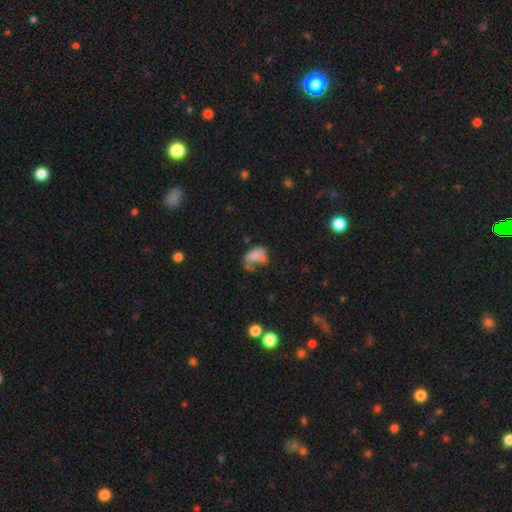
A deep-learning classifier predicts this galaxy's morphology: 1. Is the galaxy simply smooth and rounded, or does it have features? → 69% smooth, 20% featured or disk, 11% star or artifact.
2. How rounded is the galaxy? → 86% in between, 13% round, 2% cigar-shaped.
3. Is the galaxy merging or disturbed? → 37% major disturbance, 26% minor disturbance, 25% none, 13% merger.